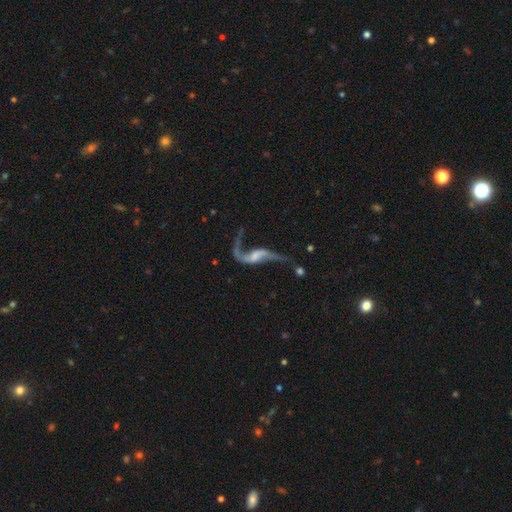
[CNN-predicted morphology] Smooth or featured? featured or disk (86%)
Edge-on disk? no (94%)
Bar? weak (41%)
Spiral arms? yes (93%)
Spiral winding? loose (93%)
Spiral arm count? 2 (87%)
Bulge size? none (37%)
Merging? none (45%)